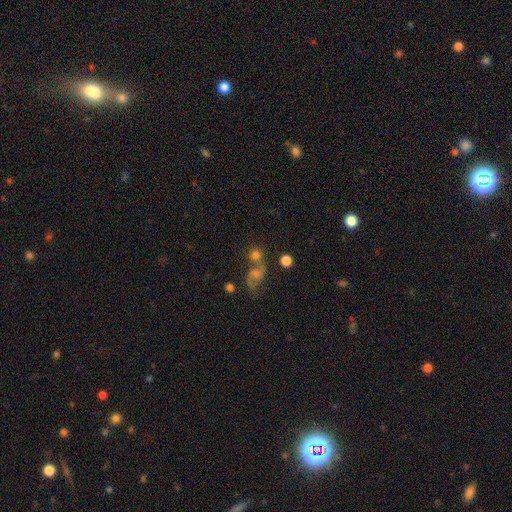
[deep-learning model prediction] Smooth or featured? smooth (45%)
Merging? none (44%)